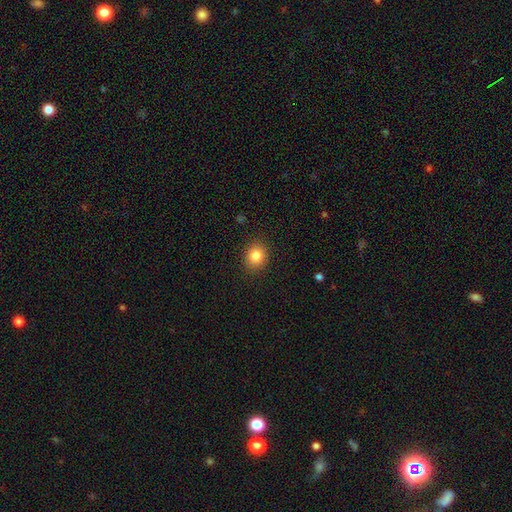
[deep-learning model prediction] Smooth or featured? Predicted: smooth (p=0.83). How rounded? Predicted: round (p=0.71). Merging? Predicted: none (p=0.89).